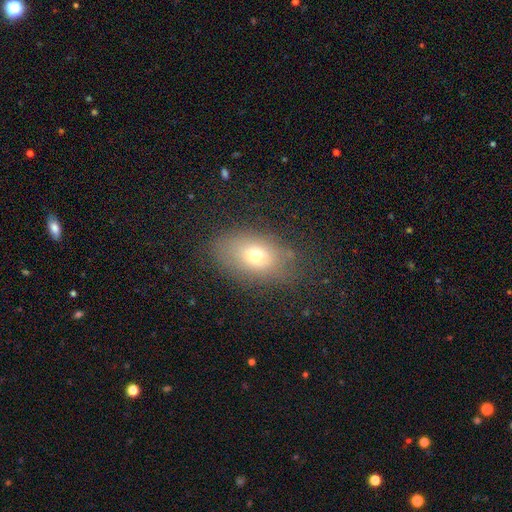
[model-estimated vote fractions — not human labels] This appears to be a smooth galaxy with no disk features (69%) that is in between round and cigar-shaped (80%). Merging: none (74%).